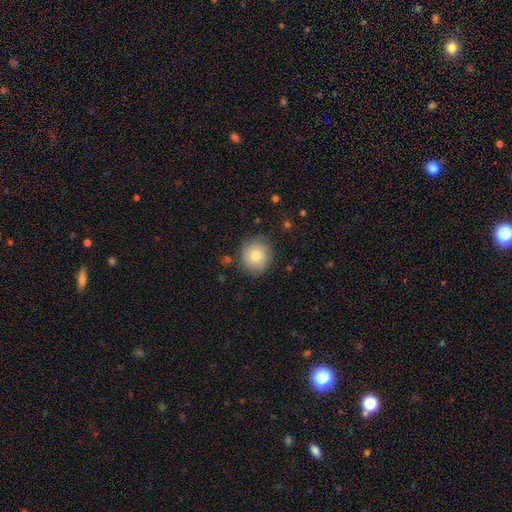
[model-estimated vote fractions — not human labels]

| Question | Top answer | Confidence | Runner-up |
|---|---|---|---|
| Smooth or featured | smooth | 74% | featured or disk (17%) |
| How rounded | round | 88% | in between (11%) |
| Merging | none | 80% | minor disturbance (15%) |